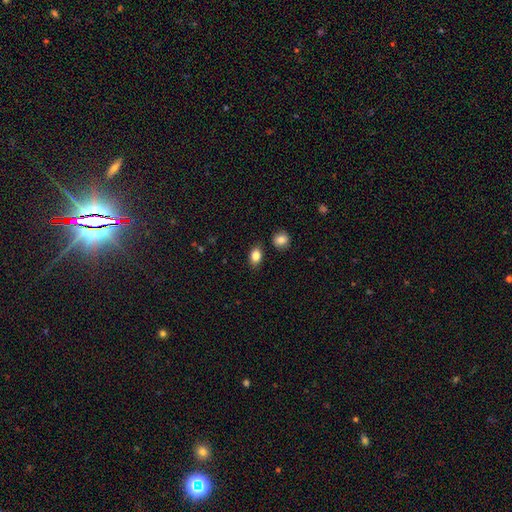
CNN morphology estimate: smooth_or_featured: smooth (p=0.85) [alt: star or artifact p=0.09]
how_rounded: in between (p=0.78) [alt: round p=0.20]
merging: none (p=0.83) [alt: minor disturbance p=0.10]